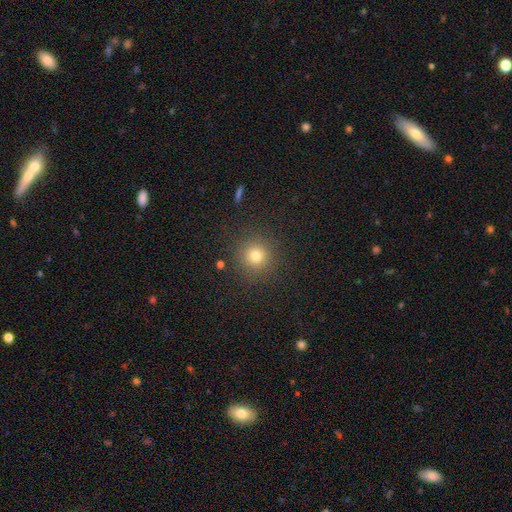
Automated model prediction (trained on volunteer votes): A smooth galaxy with no disk features (78%) that is round (94%). Merging: none (89%).